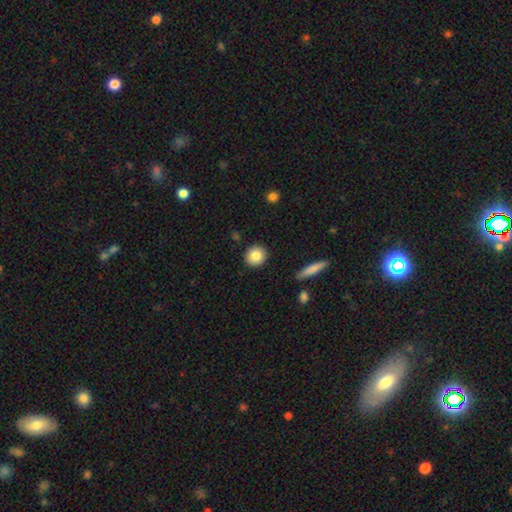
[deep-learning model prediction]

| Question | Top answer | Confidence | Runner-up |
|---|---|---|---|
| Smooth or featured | smooth | 84% | featured or disk (8%) |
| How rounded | round | 88% | in between (11%) |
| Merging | none | 91% | minor disturbance (6%) |